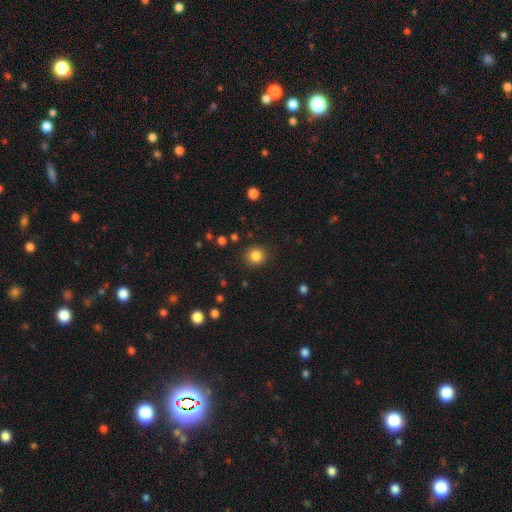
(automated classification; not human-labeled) Smooth or featured?
  - smooth: 84% *
  - star or artifact: 11%
  - featured or disk: 5%
How rounded?
  - round: 89% *
  - in between: 10%
  - cigar-shaped: 1%
Merging?
  - none: 90% *
  - minor disturbance: 7%
  - major disturbance: 3%
  - merger: 1%